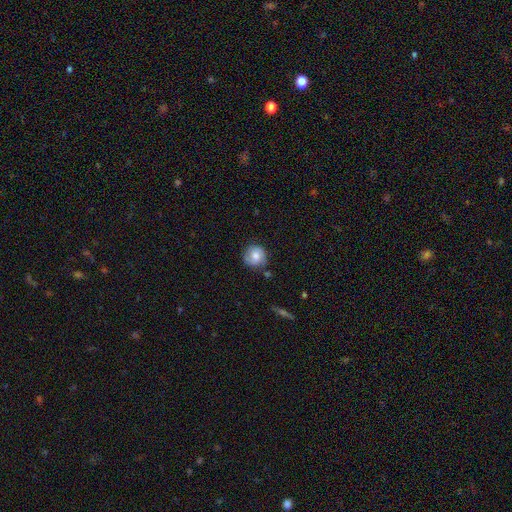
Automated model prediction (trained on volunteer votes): This is likely a smooth galaxy (69%). How rounded: clearly round (89%). Merging: likely none (73%).